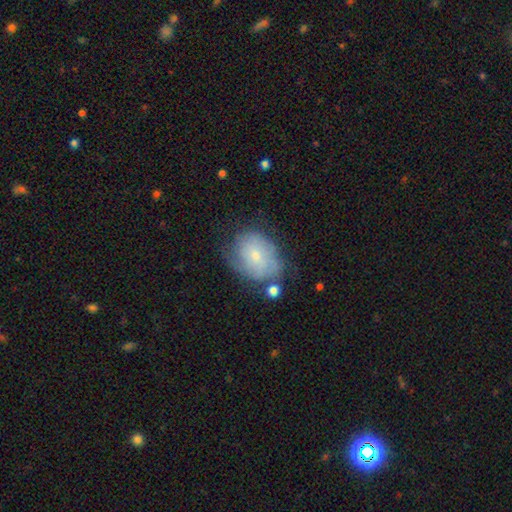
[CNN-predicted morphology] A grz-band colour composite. It shows a smooth galaxy with no disk features (48%). Merging: none (54%).